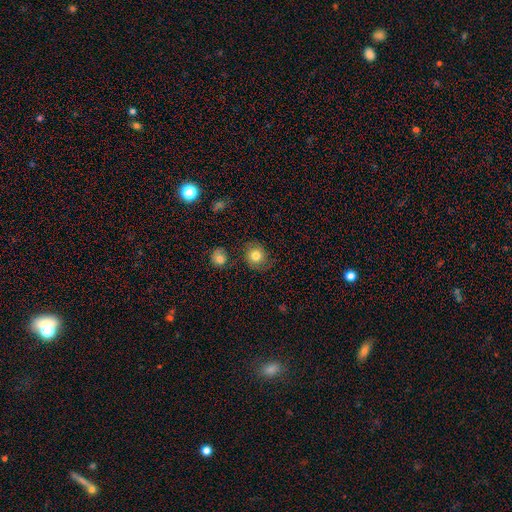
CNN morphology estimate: The model was most divided on "merging": none: 72%, minor disturbance: 17%, major disturbance: 7%, merger: 4%. More confident: how rounded — round (82%); smooth or featured — smooth (73%).